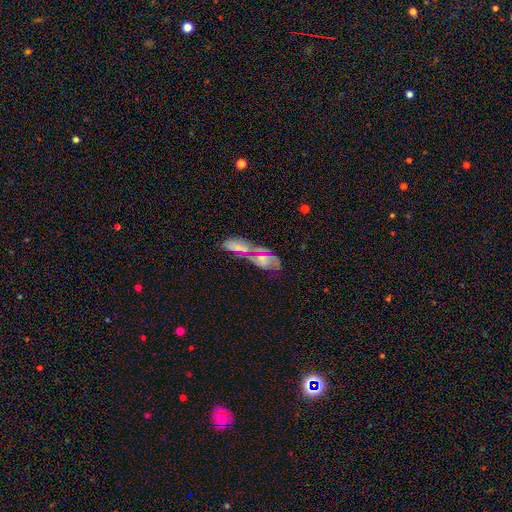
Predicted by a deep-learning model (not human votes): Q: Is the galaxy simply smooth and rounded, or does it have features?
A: featured or disk — 56%.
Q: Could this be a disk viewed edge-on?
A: no — 77%.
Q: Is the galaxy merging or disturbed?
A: merger — 46%.